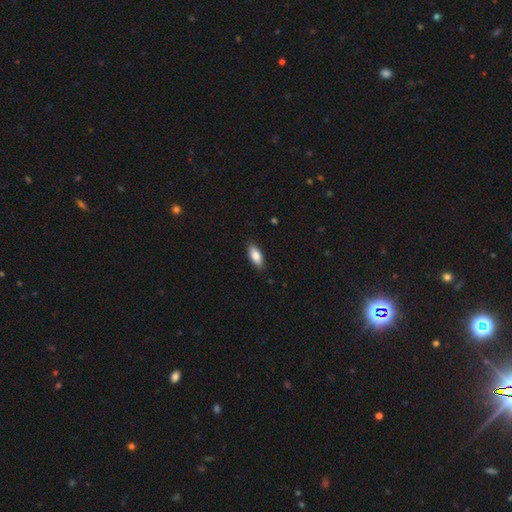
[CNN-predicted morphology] smooth-or-featured: smooth: 83% | featured or disk: 10% | star or artifact: 6%
  how-rounded: in between: 84% | cigar-shaped: 14% | round: 2%
  merging: none: 87% | minor disturbance: 10% | major disturbance: 2% | merger: 1%